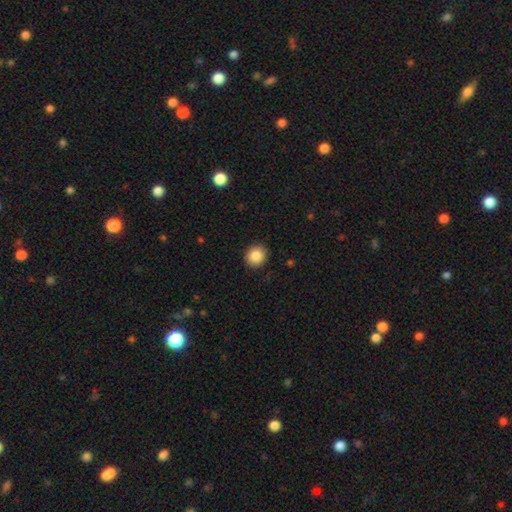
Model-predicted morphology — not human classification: smooth_or_featured: smooth (p=0.86) [alt: star or artifact p=0.09]
how_rounded: round (p=0.81) [alt: in between p=0.19]
merging: none (p=0.91) [alt: minor disturbance p=0.06]